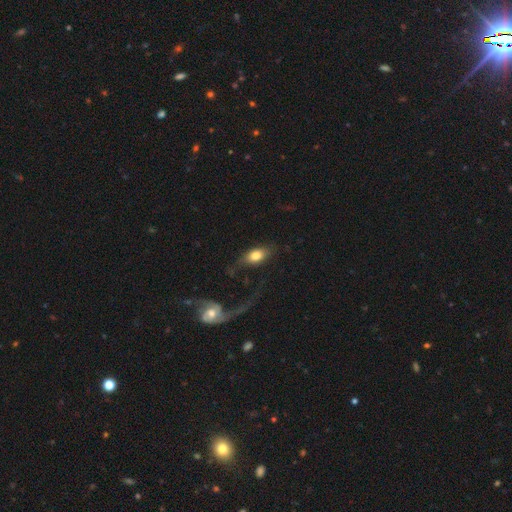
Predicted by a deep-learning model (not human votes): A smooth galaxy with no disk features (72%) that is in between round and cigar-shaped (86%).

Vote fractions:
- Smooth or featured? smooth: 72% / featured or disk: 22% / star or artifact: 7%
- How rounded? in between: 86% / round: 8% / cigar-shaped: 6%
- Merging? none: 49% / major disturbance: 23% / minor disturbance: 17% / merger: 11%